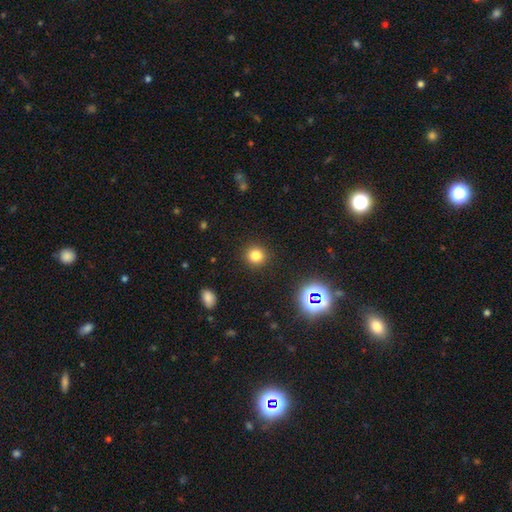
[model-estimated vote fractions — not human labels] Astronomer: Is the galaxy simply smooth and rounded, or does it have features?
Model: smooth — 79%.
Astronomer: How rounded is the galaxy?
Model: round — 91%.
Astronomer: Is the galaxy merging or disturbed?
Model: none — 91%.